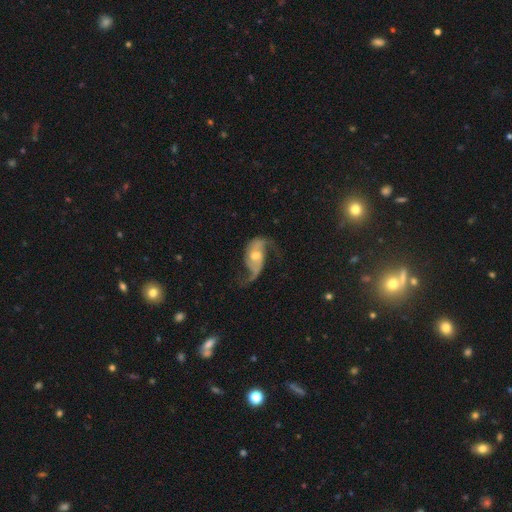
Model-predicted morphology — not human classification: smooth_or_featured: featured or disk (p=0.85) [alt: smooth p=0.10]
disk_edge_on: no (p=0.96) [alt: yes p=0.04]
bar: no (p=0.54) [alt: weak p=0.35]
has_spiral_arms: yes (p=0.95) [alt: no p=0.05]
spiral_winding: loose (p=0.73) [alt: medium p=0.22]
spiral_arm_count: 2 (p=0.90) [alt: 1 p=0.04]
bulge_size: moderate (p=0.61) [alt: small p=0.30]
merging: none (p=0.60) [alt: major disturbance p=0.19]